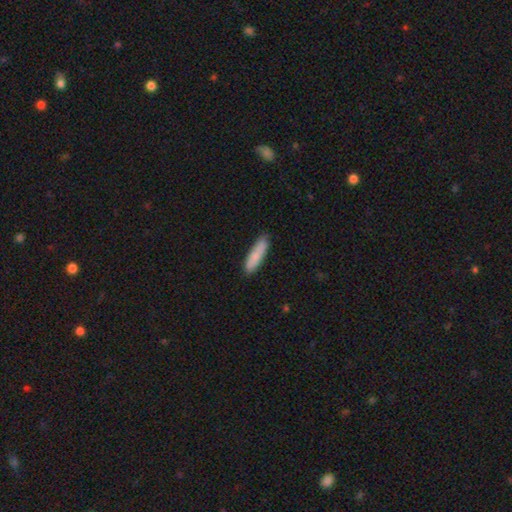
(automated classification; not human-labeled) smooth-or-featured: smooth: 84% | featured or disk: 11% | star or artifact: 6%
  how-rounded: cigar-shaped: 71% | in between: 27% | round: 2%
  merging: none: 85% | minor disturbance: 12% | major disturbance: 2% | merger: 1%